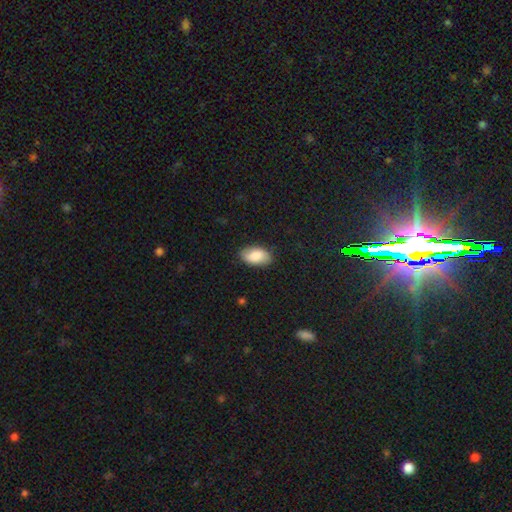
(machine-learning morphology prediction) smooth 81%, featured or disk 12%, star or artifact 7%. Down the decision tree: how rounded — in between (94%); merging — none (85%).